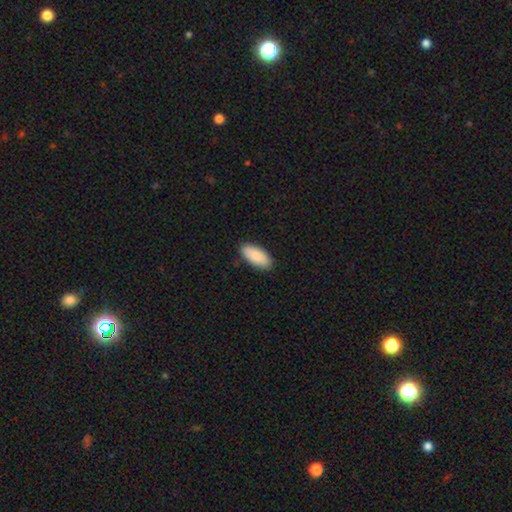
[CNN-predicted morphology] Smooth or featured?
  - smooth: 89% *
  - featured or disk: 6%
  - star or artifact: 5%
How rounded?
  - in between: 89% *
  - cigar-shaped: 9%
  - round: 2%
Merging?
  - none: 89% *
  - minor disturbance: 8%
  - major disturbance: 2%
  - merger: 1%